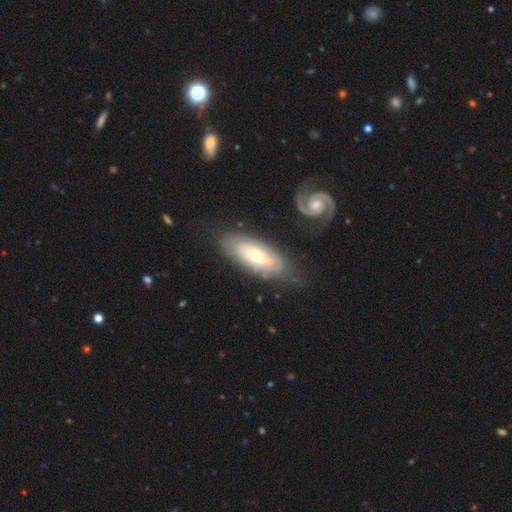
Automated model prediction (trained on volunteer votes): featured or disk 57%, smooth 37%, star or artifact 6%. Down the decision tree: edge-on disk — no (85%); merging — none (70%).